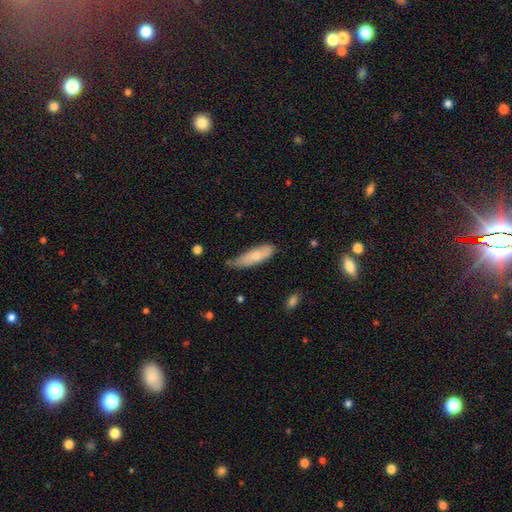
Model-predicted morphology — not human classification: A smooth galaxy with no disk features (72%) that is cigar-shaped (53%). Merging: none (57%).